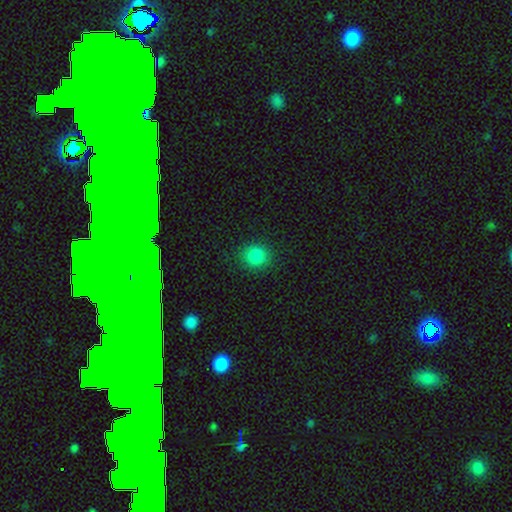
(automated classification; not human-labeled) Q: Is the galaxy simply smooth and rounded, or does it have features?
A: smooth — 85%.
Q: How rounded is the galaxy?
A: round — 87%.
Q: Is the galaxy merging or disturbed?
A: none — 90%.